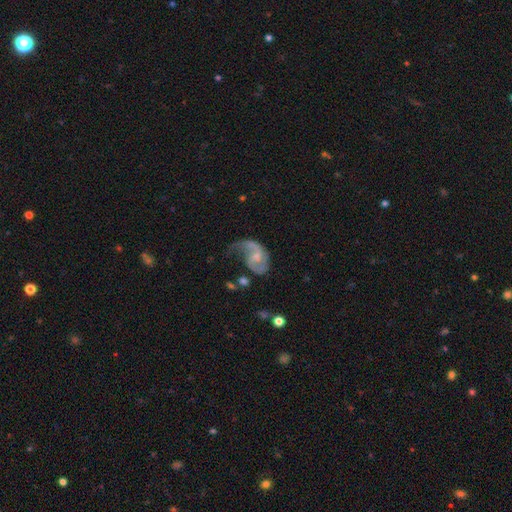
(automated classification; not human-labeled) smooth-or-featured: featured or disk: 76% | smooth: 17% | star or artifact: 6%
  disk-edge-on: no: 98% | yes: 2%
    bar: no: 52% | weak: 41% | strong: 7%
    has-spiral-arms: yes: 89% | no: 11%
      spiral-winding: loose: 53% | medium: 35% | tight: 11%
      spiral-arm-count: 2: 56% | 1: 35% | can't tell: 6% | 3: 1% | 4: 1% | more than 4: 1%
    bulge-size: small: 46% | moderate: 34% | none: 15% | large: 4% | dominant: 1%
  merging: major disturbance: 42% | none: 28% | minor disturbance: 24% | merger: 6%